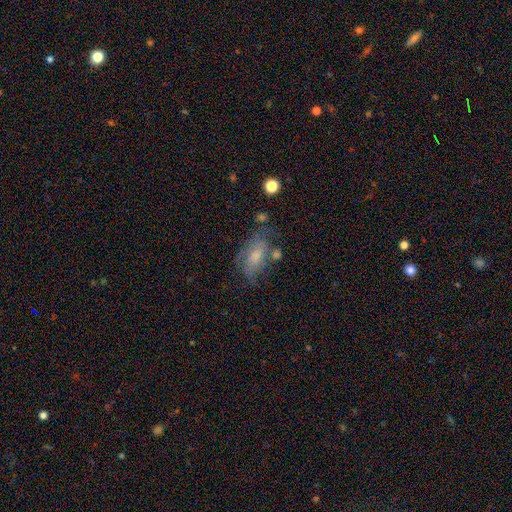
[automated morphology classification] Overall: featured or disk (46%; smooth 44%). Merging: none (47%; minor disturbance 26%).